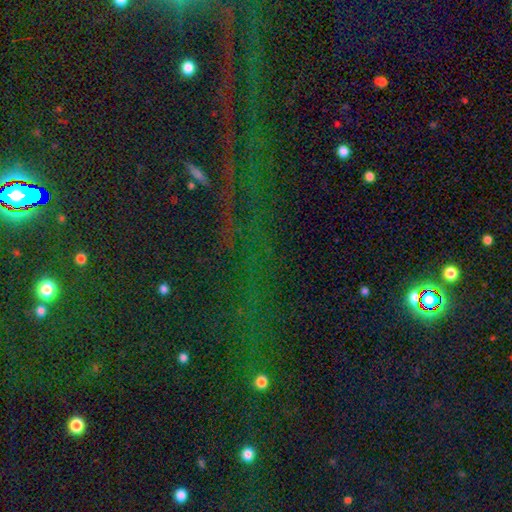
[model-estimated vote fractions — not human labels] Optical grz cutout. It shows a star or artifact, not a galaxy (79%).